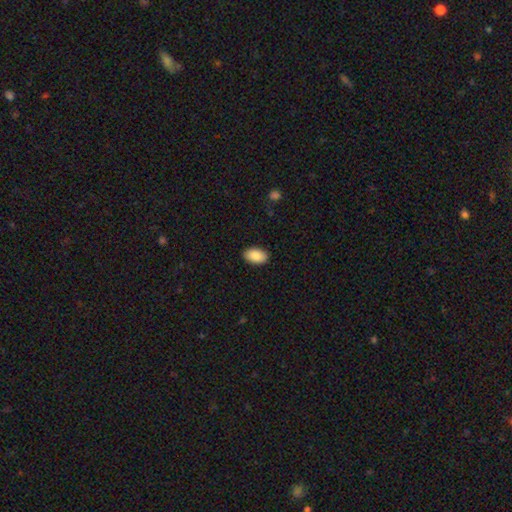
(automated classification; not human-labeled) Smooth or featured: smooth — 89% (star or artifact — 7%)
How rounded: in between — 94% (round — 4%)
Merging: none — 90% (minor disturbance — 8%)